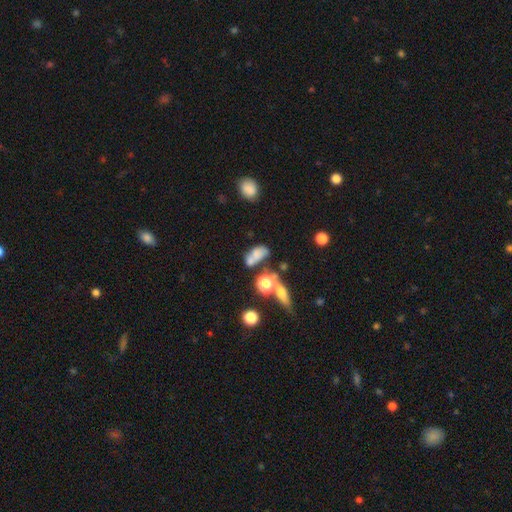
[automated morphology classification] The model was most divided on "merging": merger: 43%, none: 28%, minor disturbance: 16%, major disturbance: 13%. More confident: how rounded — in between (79%); smooth or featured — smooth (62%).